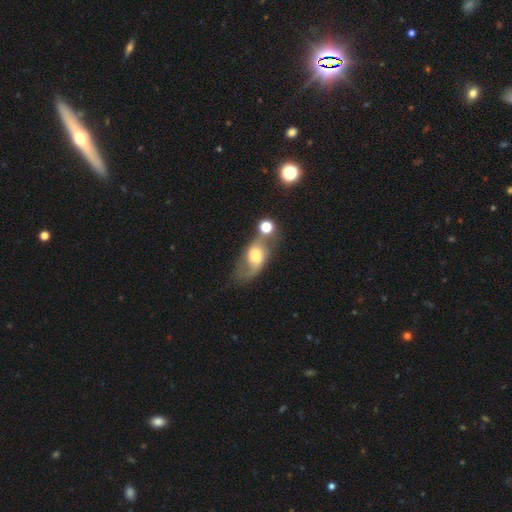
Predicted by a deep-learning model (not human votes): Morphology: type=featured or disk (55%); edge-on=no (87%); merging=none (38%).